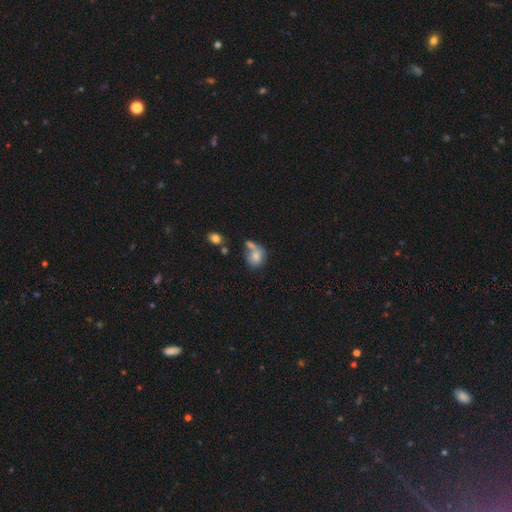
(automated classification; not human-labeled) A smooth galaxy with no disk features (76%) that is round (60%).

Vote fractions:
- Smooth or featured? smooth: 76% / featured or disk: 14% / star or artifact: 10%
- How rounded? round: 60% / in between: 39% / cigar-shaped: 1%
- Merging? merger: 37% / none: 36% / minor disturbance: 17% / major disturbance: 9%